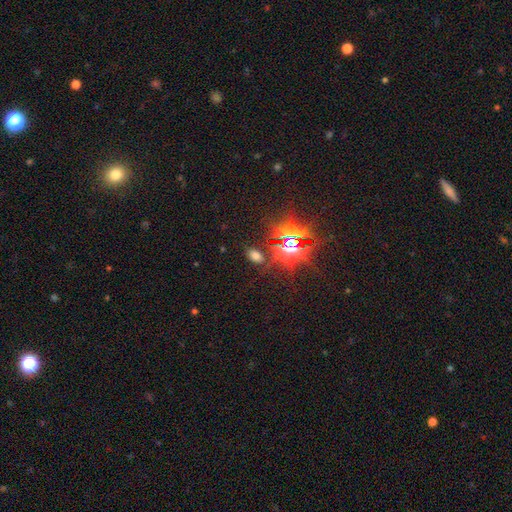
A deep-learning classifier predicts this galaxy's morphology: A smooth galaxy with no disk features (55%) that is in between round and cigar-shaped (87%). Merging: none (83%).